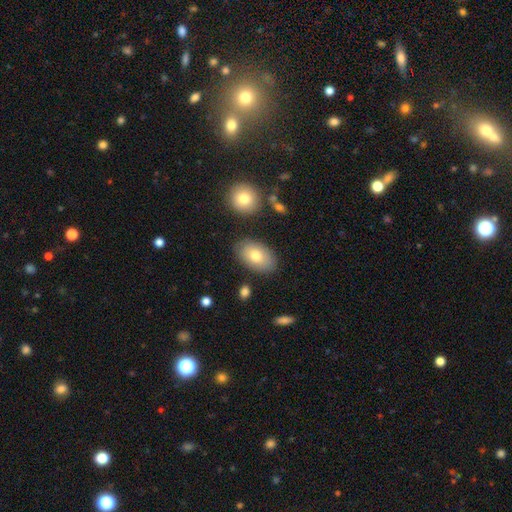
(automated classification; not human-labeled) Overall: smooth (75%). How rounded: in between (91%). Merging: none (83%).